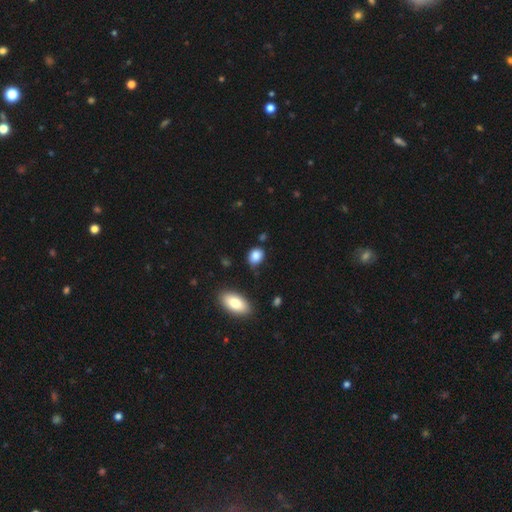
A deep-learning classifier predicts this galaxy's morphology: Smooth or featured: smooth — 86% (star or artifact — 9%)
How rounded: in between — 60% (round — 38%)
Merging: none — 66% (minor disturbance — 24%)